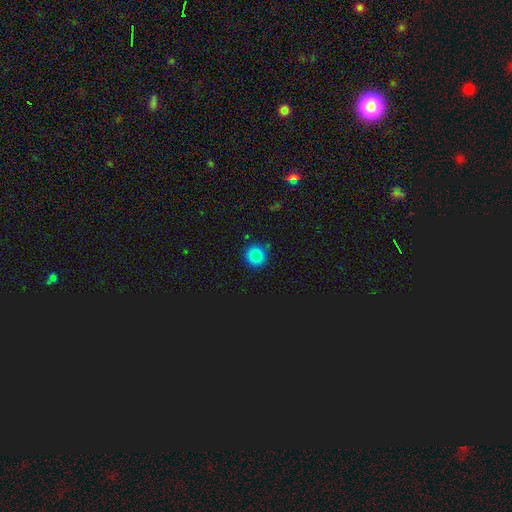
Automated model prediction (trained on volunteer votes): smooth 80%, star or artifact 14%, featured or disk 6%. Down the decision tree: how rounded — round (93%); merging — none (85%).